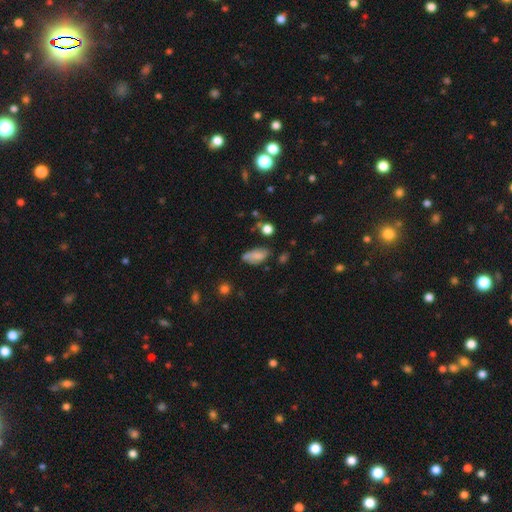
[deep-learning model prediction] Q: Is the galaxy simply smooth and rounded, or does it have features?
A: smooth — 70%.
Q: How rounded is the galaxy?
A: in between — 86%.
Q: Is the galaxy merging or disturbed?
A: none — 53%.